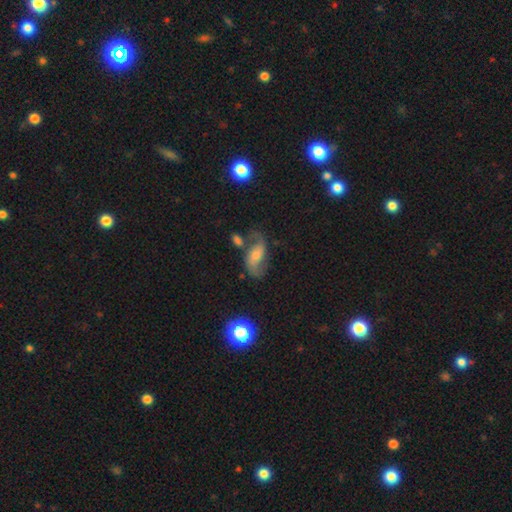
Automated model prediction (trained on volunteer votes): Smooth or featured? featured or disk (70%)
Edge-on disk? no (95%)
Bar? no (48%)
Spiral arms? yes (90%)
Spiral winding? loose (66%)
Spiral arm count? 2 (89%)
Bulge size? small (47%)
Merging? none (52%)